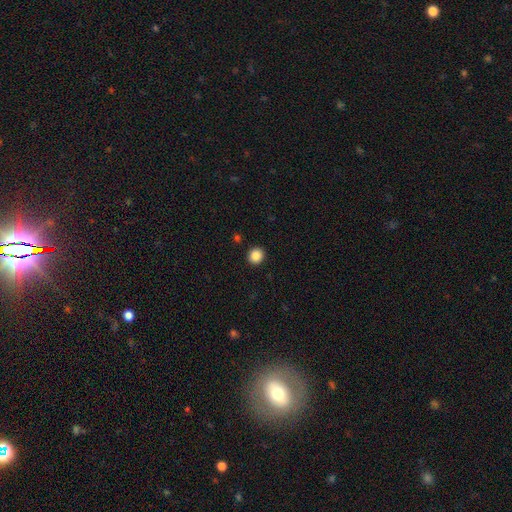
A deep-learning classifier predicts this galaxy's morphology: A smooth galaxy with no disk features (87%) that is round (91%). Merging: none (93%).